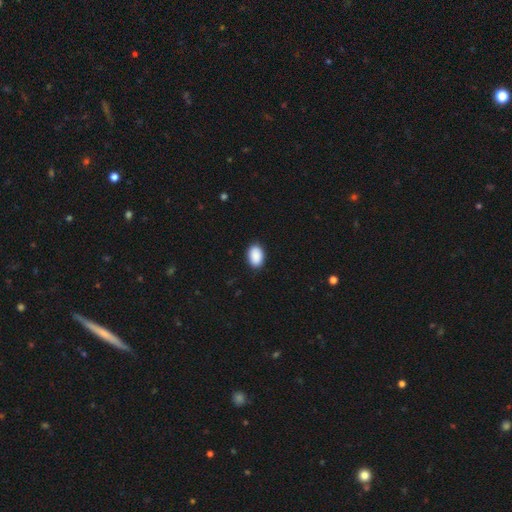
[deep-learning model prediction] A smooth galaxy with no disk features (91%) that is in between round and cigar-shaped (87%). Merging: none (89%).